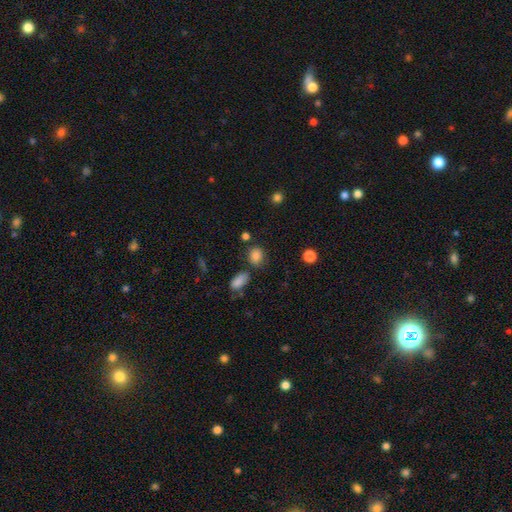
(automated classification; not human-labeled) A smooth galaxy with no disk features (83%) that is round (55%).

Vote fractions:
- Smooth or featured? smooth: 83% / star or artifact: 12% / featured or disk: 6%
- How rounded? round: 55% / in between: 44% / cigar-shaped: 1%
- Merging? none: 70% / minor disturbance: 16% / merger: 9% / major disturbance: 5%